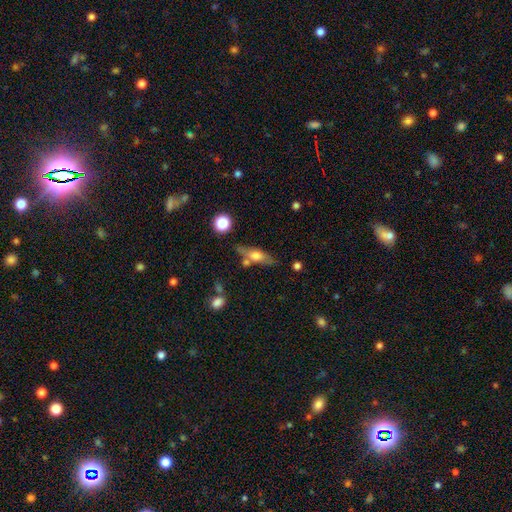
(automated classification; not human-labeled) This is possibly a smooth galaxy (51%). How rounded: possibly in between (52%). Merging: likely none (64%).